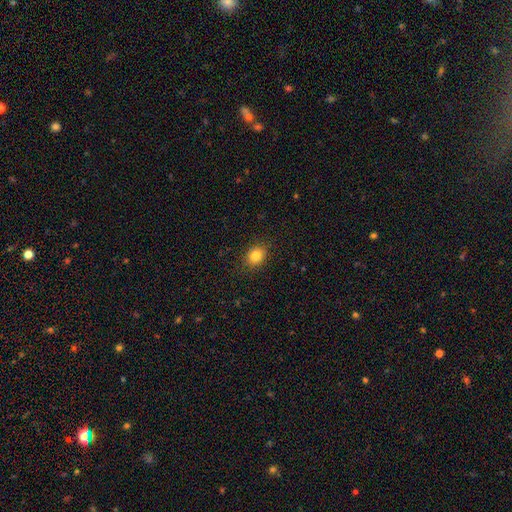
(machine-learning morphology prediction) A smooth galaxy with no disk features (83%) that is round (55%).

Vote fractions:
- Smooth or featured? smooth: 83% / star or artifact: 11% / featured or disk: 6%
- How rounded? round: 55% / in between: 44% / cigar-shaped: 1%
- Merging? none: 87% / minor disturbance: 10% / major disturbance: 3% / merger: 1%